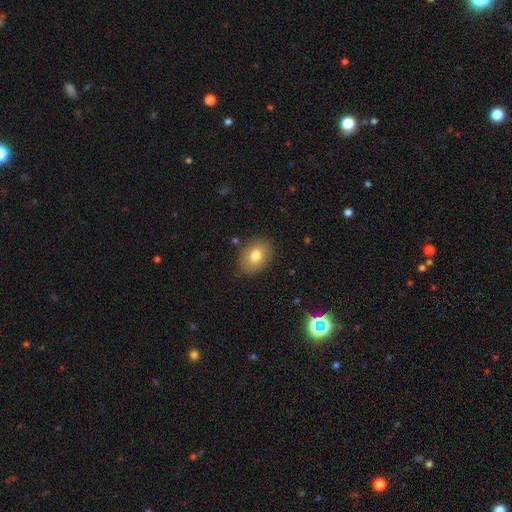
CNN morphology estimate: Smooth or featured?
  - smooth: 77% *
  - featured or disk: 14%
  - star or artifact: 9%
How rounded?
  - in between: 73% *
  - round: 26%
  - cigar-shaped: 1%
Merging?
  - none: 85% *
  - minor disturbance: 11%
  - major disturbance: 3%
  - merger: 2%